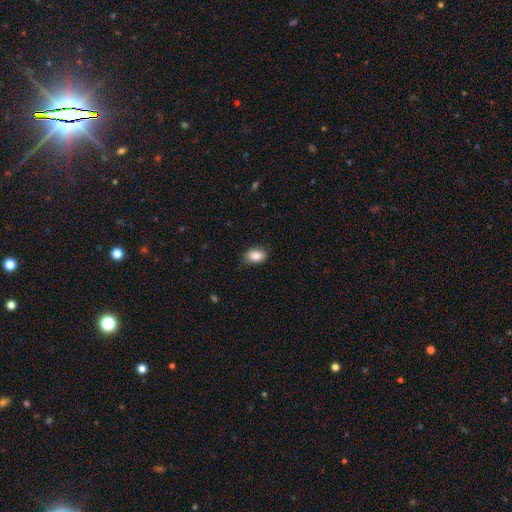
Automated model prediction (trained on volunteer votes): Smooth or featured?
  - smooth: 87% *
  - star or artifact: 8%
  - featured or disk: 6%
How rounded?
  - in between: 86% *
  - round: 13%
  - cigar-shaped: 1%
Merging?
  - none: 87% *
  - minor disturbance: 10%
  - major disturbance: 2%
  - merger: 1%